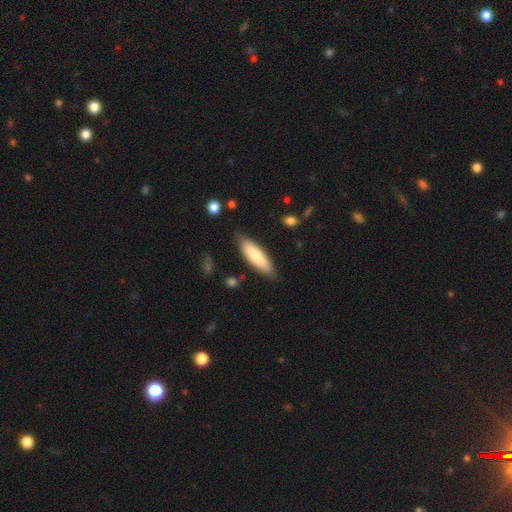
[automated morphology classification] smooth_or_featured: smooth (p=0.76) [alt: featured or disk p=0.19]
how_rounded: cigar-shaped (p=0.56) [alt: in between p=0.43]
merging: none (p=0.82) [alt: minor disturbance p=0.13]